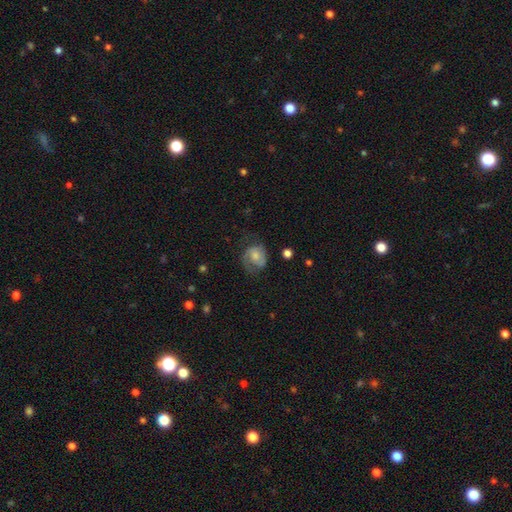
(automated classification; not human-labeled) smooth-or-featured: featured or disk: 47% | smooth: 45% | star or artifact: 8%
  merging: none: 47% | minor disturbance: 27% | major disturbance: 24% | merger: 2%